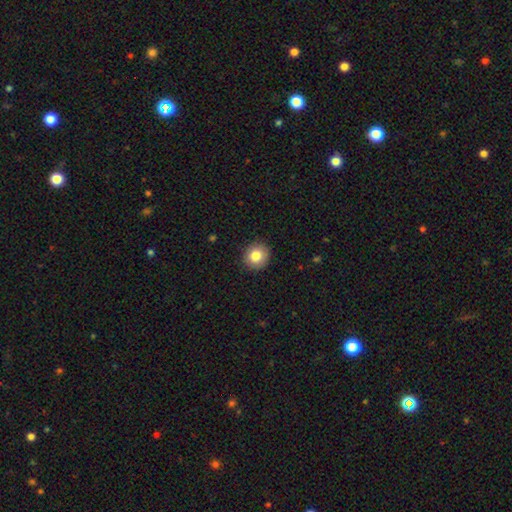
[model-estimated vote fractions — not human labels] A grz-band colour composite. It shows a smooth galaxy with no disk features (82%) that is round (88%). Merging: none (90%).